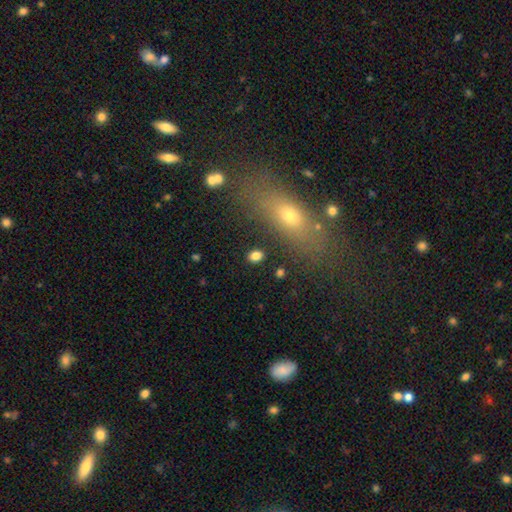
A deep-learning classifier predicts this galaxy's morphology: smooth_or_featured: smooth (p=0.82) [alt: star or artifact p=0.11]
how_rounded: in between (p=0.66) [alt: round p=0.31]
merging: none (p=0.87) [alt: minor disturbance p=0.08]